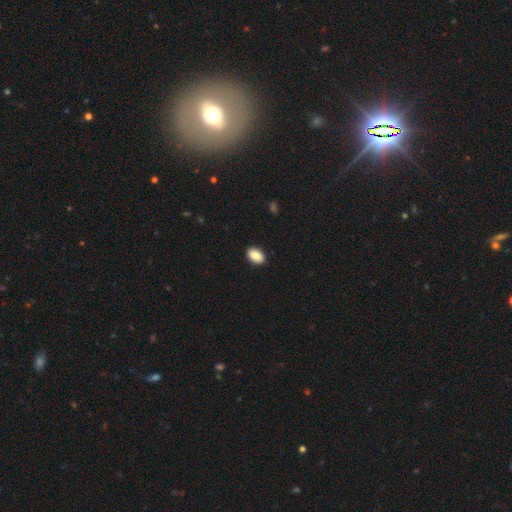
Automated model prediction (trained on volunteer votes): Overall: smooth (89%). How rounded: in between (90%). Merging: none (90%).